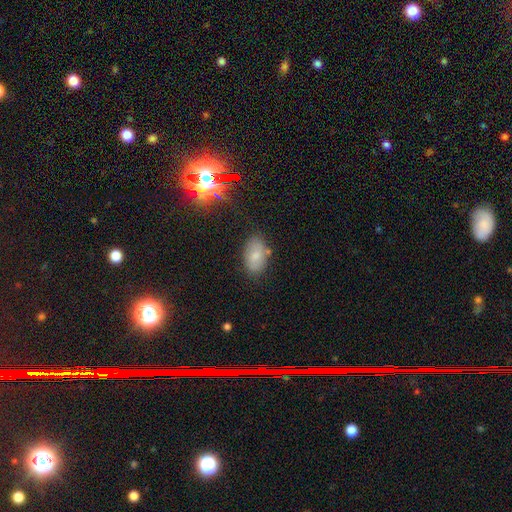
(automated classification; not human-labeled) smooth_or_featured: smooth (p=0.74) [alt: featured or disk p=0.14]
how_rounded: in between (p=0.92) [alt: round p=0.06]
merging: none (p=0.76) [alt: minor disturbance p=0.16]